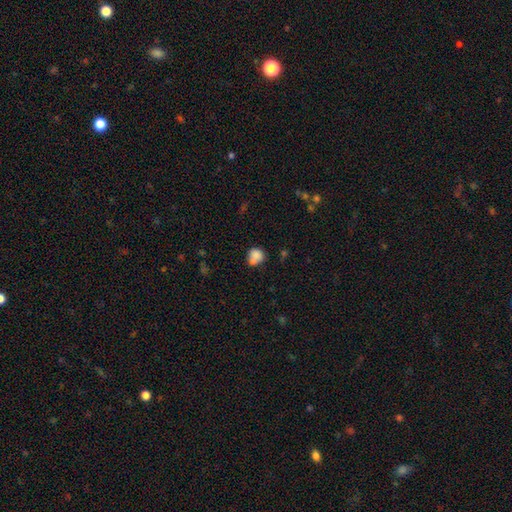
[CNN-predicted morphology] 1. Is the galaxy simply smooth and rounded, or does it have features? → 81% smooth, 10% star or artifact, 9% featured or disk.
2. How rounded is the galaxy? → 76% round, 23% in between, 1% cigar-shaped.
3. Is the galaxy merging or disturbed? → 47% none, 27% merger, 19% minor disturbance, 7% major disturbance.